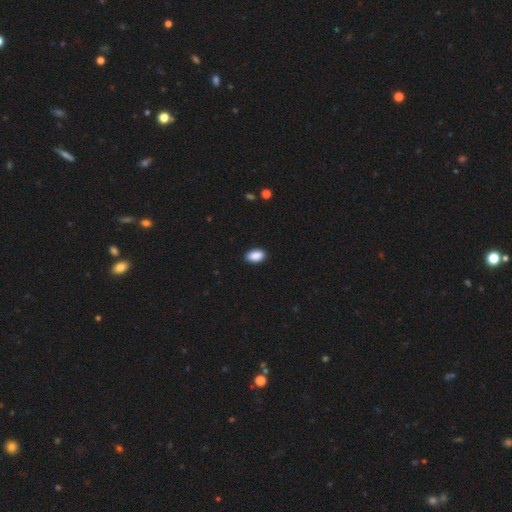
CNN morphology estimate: Smooth or featured: smooth — 90% (star or artifact — 7%)
How rounded: in between — 93% (round — 6%)
Merging: none — 89% (minor disturbance — 8%)